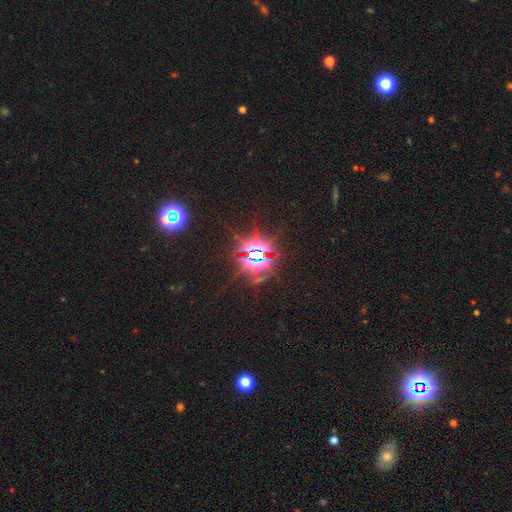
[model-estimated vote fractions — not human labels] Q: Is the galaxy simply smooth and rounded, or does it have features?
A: star or artifact — 84%.